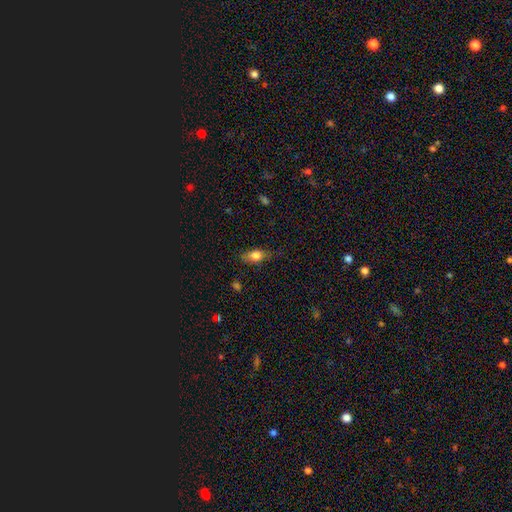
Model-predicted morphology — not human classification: A smooth galaxy with no disk features (76%) that is in between round and cigar-shaped (77%).

Vote fractions:
- Smooth or featured? smooth: 76% / featured or disk: 16% / star or artifact: 8%
- How rounded? in between: 77% / cigar-shaped: 12% / round: 11%
- Merging? none: 69% / minor disturbance: 24% / major disturbance: 6% / merger: 2%